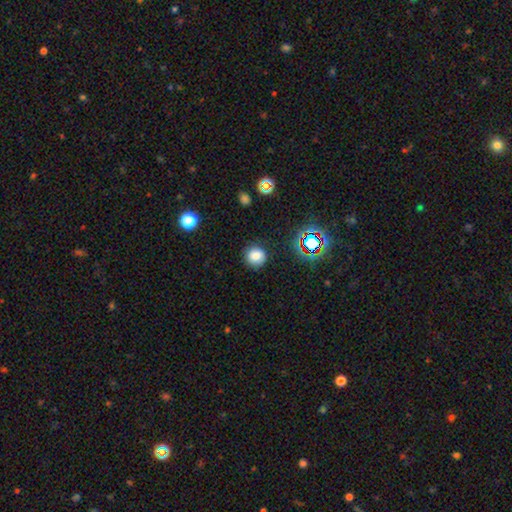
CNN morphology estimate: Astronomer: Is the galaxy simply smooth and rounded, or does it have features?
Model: smooth — 79%.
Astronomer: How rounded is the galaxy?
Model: round — 90%.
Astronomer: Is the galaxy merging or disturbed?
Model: none — 86%.